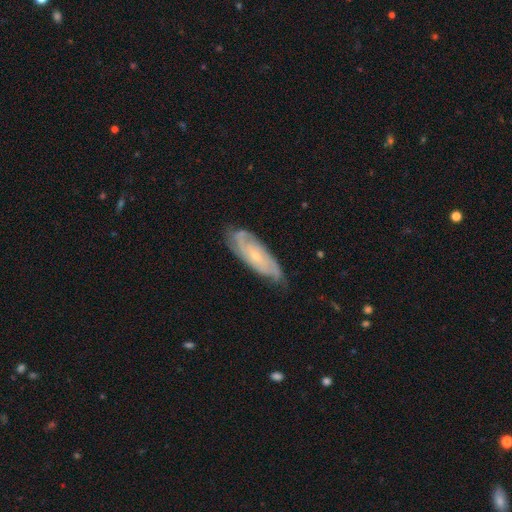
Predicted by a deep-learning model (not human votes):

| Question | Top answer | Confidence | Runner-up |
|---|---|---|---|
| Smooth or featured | featured or disk | 75% | smooth (19%) |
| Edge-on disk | no | 85% | yes (15%) |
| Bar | no | 72% | weak (22%) |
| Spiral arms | yes | 92% | no (8%) |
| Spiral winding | tight | 62% | medium (30%) |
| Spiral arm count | can't tell | 39% | 2 (31%) |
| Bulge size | small | 75% | moderate (21%) |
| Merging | none | 74% | minor disturbance (21%) |